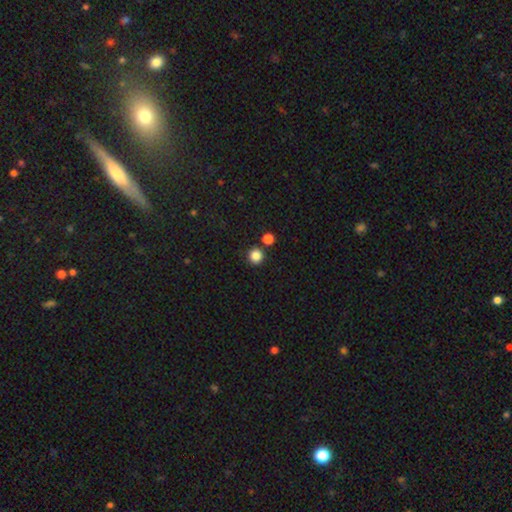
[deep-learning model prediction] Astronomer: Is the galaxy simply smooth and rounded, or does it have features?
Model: smooth — 85%.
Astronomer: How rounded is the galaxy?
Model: round — 94%.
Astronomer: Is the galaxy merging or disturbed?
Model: none — 83%.